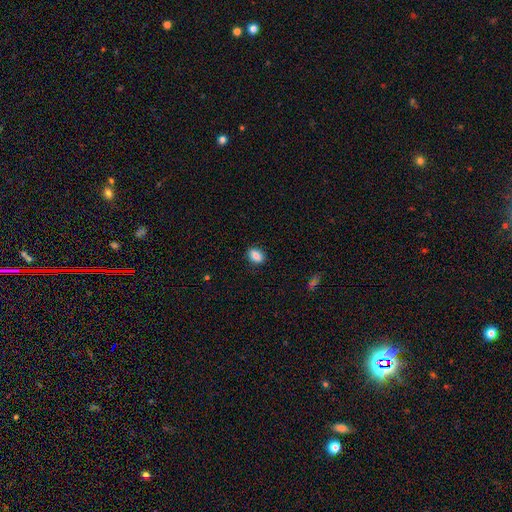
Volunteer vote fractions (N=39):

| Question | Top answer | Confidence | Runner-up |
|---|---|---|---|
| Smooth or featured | smooth | 67% | featured or disk (26%) |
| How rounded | in between | 81% | round (15%) |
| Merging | none | 92% | minor disturbance (3%) |